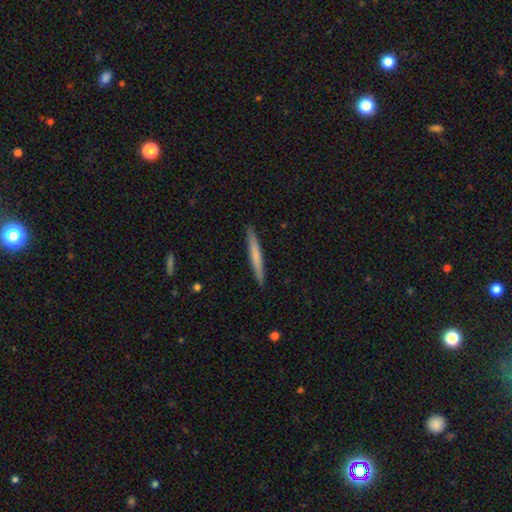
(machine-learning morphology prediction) Smooth or featured? Predicted: smooth (p=0.63). How rounded? Predicted: cigar-shaped (p=0.96). Merging? Predicted: none (p=0.91).